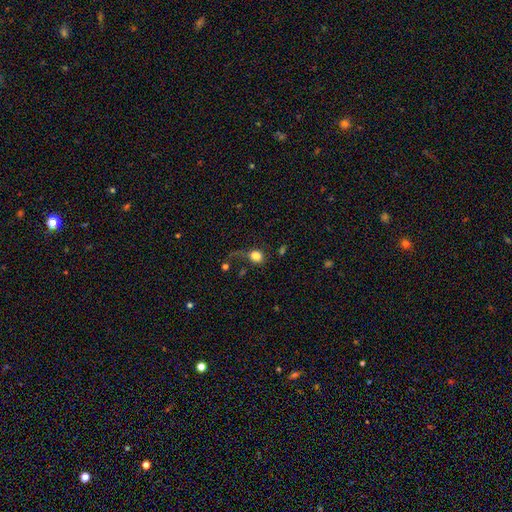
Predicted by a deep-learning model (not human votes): Overall: smooth (80%). How rounded: round (64%; in between 35%). Merging: none (39%; major disturbance 34%).